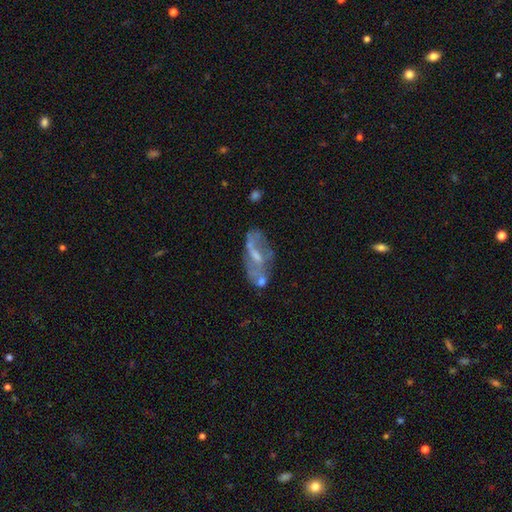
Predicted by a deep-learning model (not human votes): A featured or disk galaxy (64%) with a weak bar (44%), spiral arms (52%) and a small central bulge (42%). Merging: none (49%).